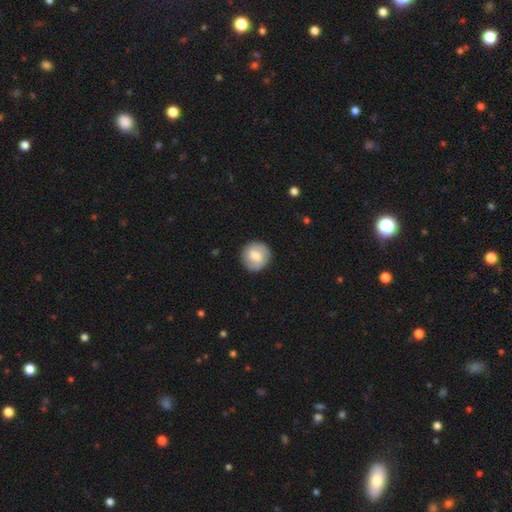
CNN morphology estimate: Smooth or featured?
  - smooth: 63% *
  - featured or disk: 30%
  - star or artifact: 6%
How rounded?
  - round: 92% *
  - in between: 7%
  - cigar-shaped: 1%
Merging?
  - none: 88% *
  - minor disturbance: 9%
  - major disturbance: 3%
  - merger: 1%